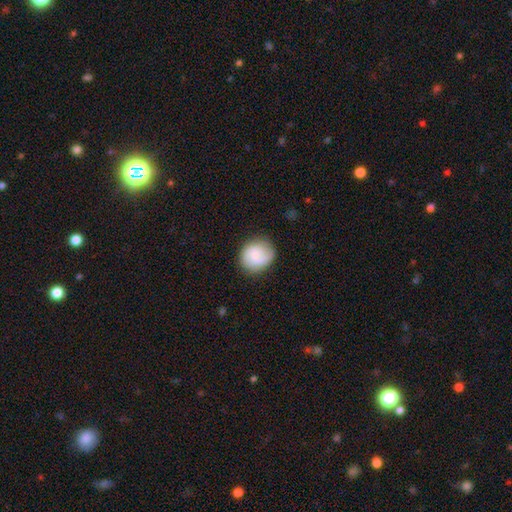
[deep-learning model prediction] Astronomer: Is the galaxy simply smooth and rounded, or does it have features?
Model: smooth — 53% (runner-up: featured or disk, 39%).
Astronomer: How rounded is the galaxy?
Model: round — 82%.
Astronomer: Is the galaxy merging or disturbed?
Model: none — 81%.